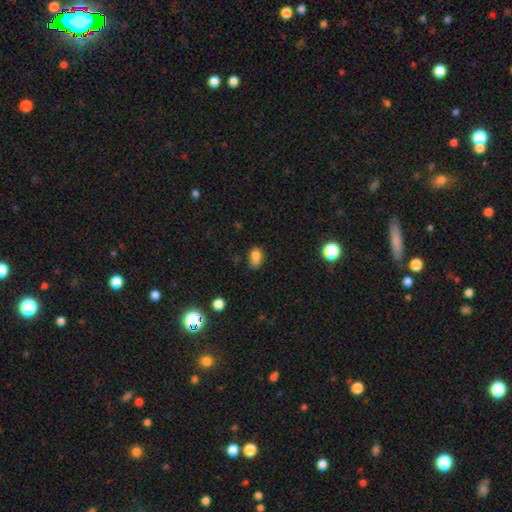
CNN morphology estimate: Smooth or featured? smooth (80%)
How rounded? in between (83%)
Merging? none (56%)